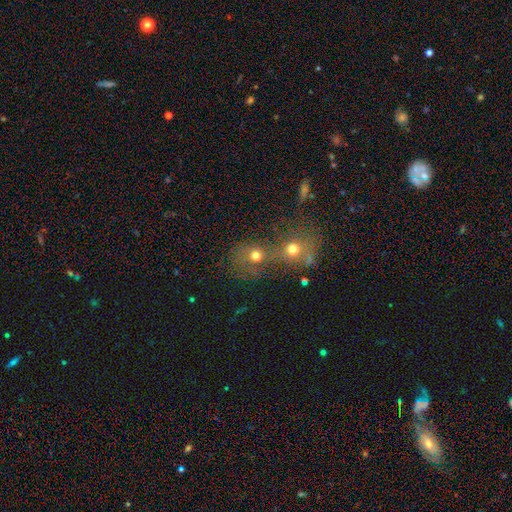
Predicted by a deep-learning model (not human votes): smooth-or-featured: smooth: 66% | star or artifact: 19% | featured or disk: 14%
  how-rounded: round: 79% | in between: 19% | cigar-shaped: 1%
  merging: merger: 61% | none: 27% | major disturbance: 7% | minor disturbance: 6%